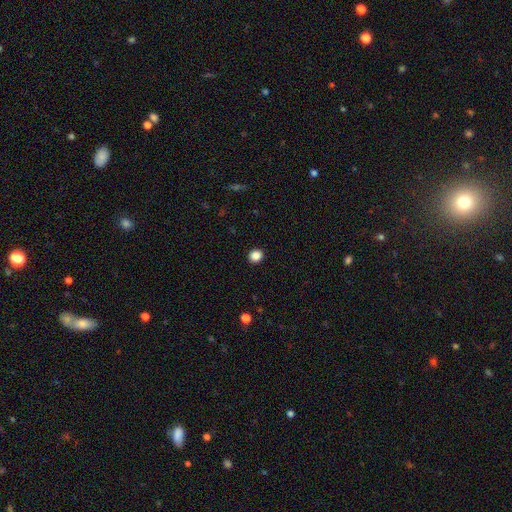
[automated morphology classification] A smooth galaxy with no disk features (87%) that is round (77%).

Vote fractions:
- Smooth or featured? smooth: 87% / star or artifact: 10% / featured or disk: 3%
- How rounded? round: 77% / in between: 22% / cigar-shaped: 1%
- Merging? none: 92% / minor disturbance: 5% / major disturbance: 2% / merger: 1%